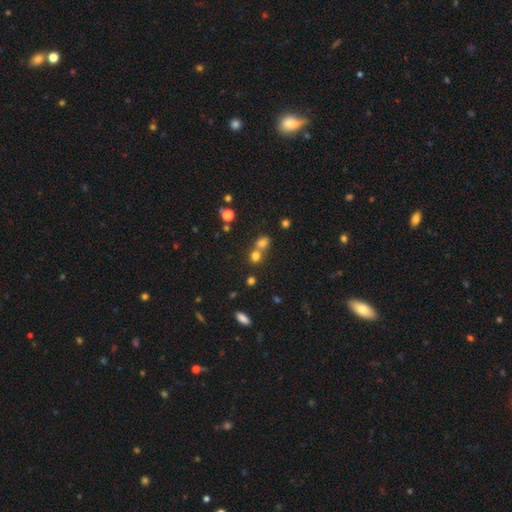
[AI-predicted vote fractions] Q: Smooth or featured?
A: smooth (72%); runner-up: star or artifact (19%)
Q: How rounded?
A: round (78%); runner-up: in between (21%)
Q: Merging?
A: merger (47%); runner-up: none (44%)